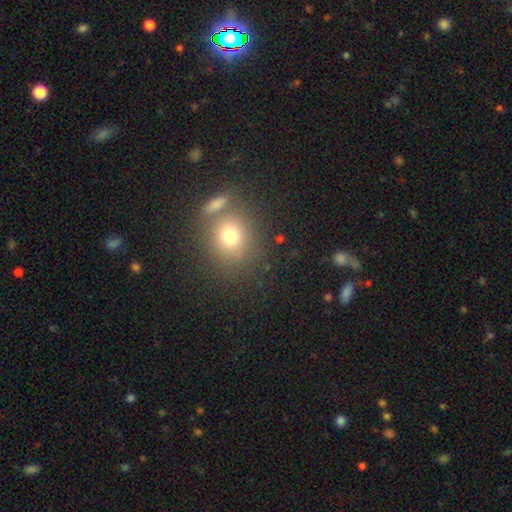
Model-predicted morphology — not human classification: A smooth galaxy with no disk features (68%) that is round (75%).

Vote fractions:
- Smooth or featured? smooth: 68% / star or artifact: 19% / featured or disk: 13%
- How rounded? round: 75% / in between: 23% / cigar-shaped: 1%
- Merging? none: 64% / merger: 21% / minor disturbance: 10% / major disturbance: 4%